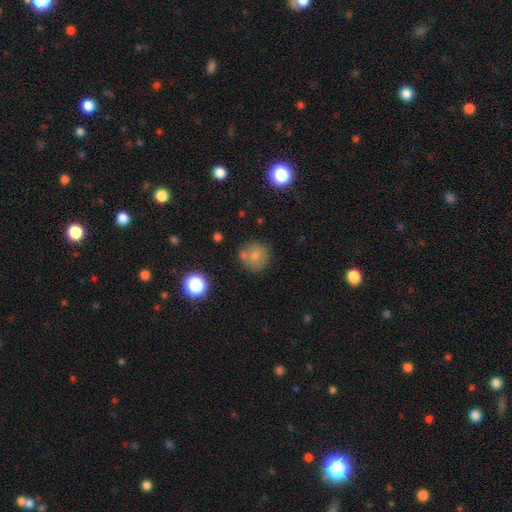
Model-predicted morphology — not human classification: A smooth galaxy with no disk features (75%) that is round (92%).

Vote fractions:
- Smooth or featured? smooth: 75% / featured or disk: 13% / star or artifact: 13%
- How rounded? round: 92% / in between: 7% / cigar-shaped: 1%
- Merging? none: 70% / merger: 13% / minor disturbance: 13% / major disturbance: 4%